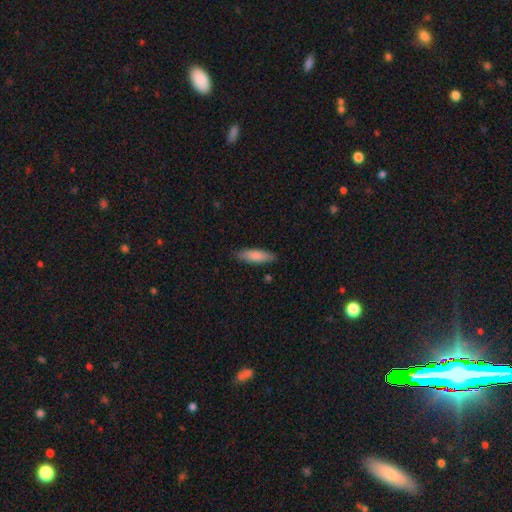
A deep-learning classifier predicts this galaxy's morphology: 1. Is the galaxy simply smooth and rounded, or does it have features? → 84% smooth, 10% featured or disk, 6% star or artifact.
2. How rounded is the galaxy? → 51% cigar-shaped, 47% in between, 1% round.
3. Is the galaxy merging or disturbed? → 85% none, 11% minor disturbance, 2% major disturbance, 1% merger.